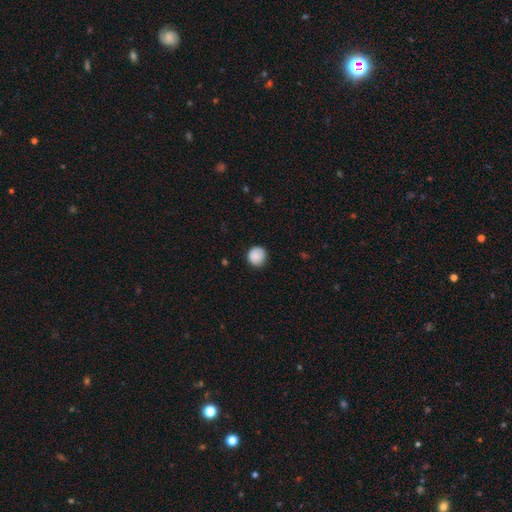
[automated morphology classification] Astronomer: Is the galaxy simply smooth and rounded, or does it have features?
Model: smooth — 87%.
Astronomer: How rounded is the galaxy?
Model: round — 89%.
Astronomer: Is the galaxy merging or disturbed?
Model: none — 83%.